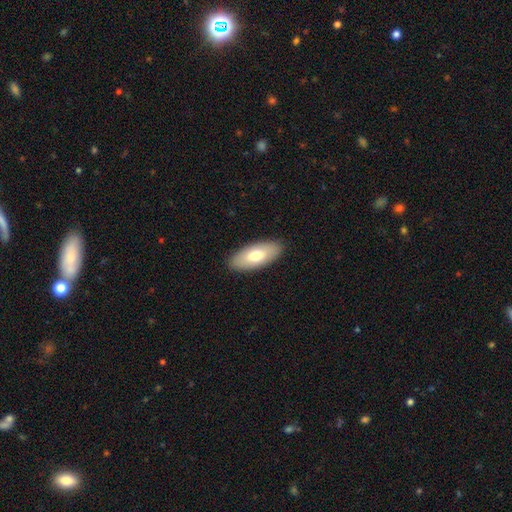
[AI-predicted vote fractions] smooth 72%, featured or disk 22%, star or artifact 6%. Down the decision tree: how rounded — in between (87%); merging — none (89%).